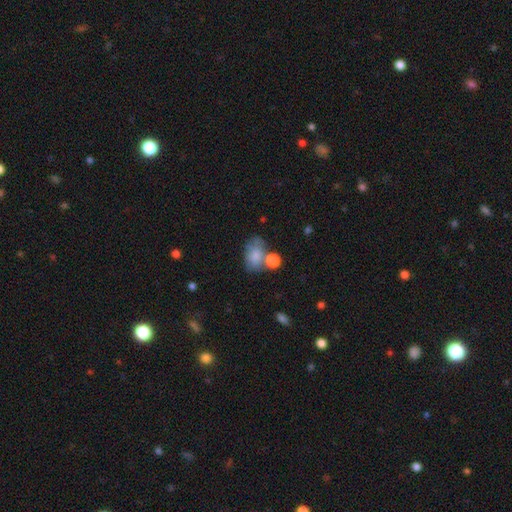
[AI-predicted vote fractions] This appears to be a smooth galaxy with no disk features (74%) that is in between round and cigar-shaped (75%). Merging: none (38%).